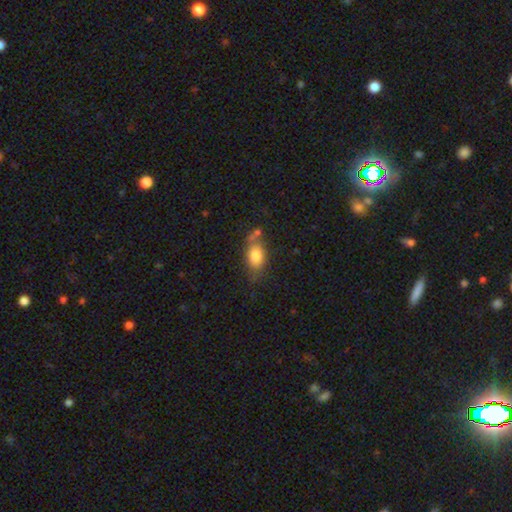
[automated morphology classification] Q: Smooth or featured?
A: smooth (80%); runner-up: featured or disk (12%)
Q: How rounded?
A: in between (85%); runner-up: round (11%)
Q: Merging?
A: none (55%); runner-up: minor disturbance (23%)